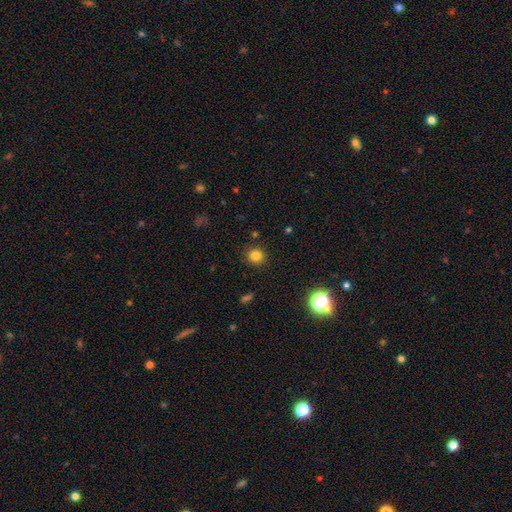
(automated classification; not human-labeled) Smooth or featured? Predicted: smooth (p=0.80). How rounded? Predicted: round (p=0.91). Merging? Predicted: none (p=0.89).